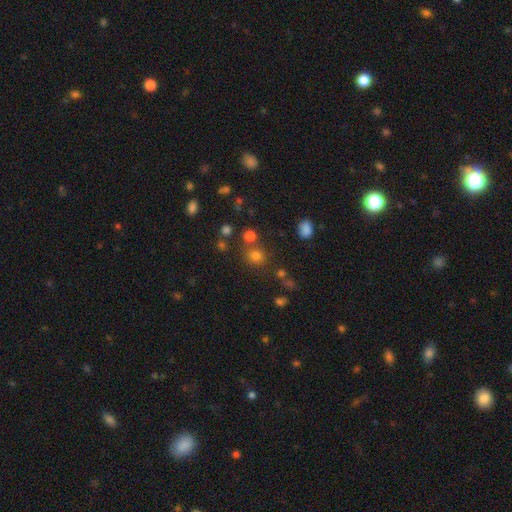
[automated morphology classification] Smooth or featured? smooth (72%)
How rounded? round (85%)
Merging? none (73%)